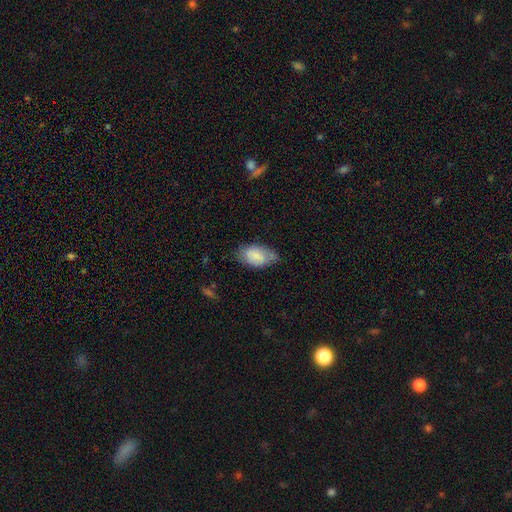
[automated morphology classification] Q: Smooth or featured?
A: smooth (78%); runner-up: featured or disk (16%)
Q: How rounded?
A: in between (94%); runner-up: round (5%)
Q: Merging?
A: none (61%); runner-up: minor disturbance (30%)